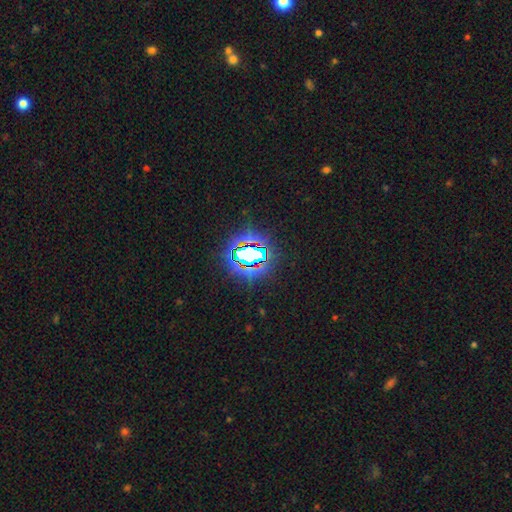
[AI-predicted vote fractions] This is clearly a star or artifact rather than a galaxy (82%).